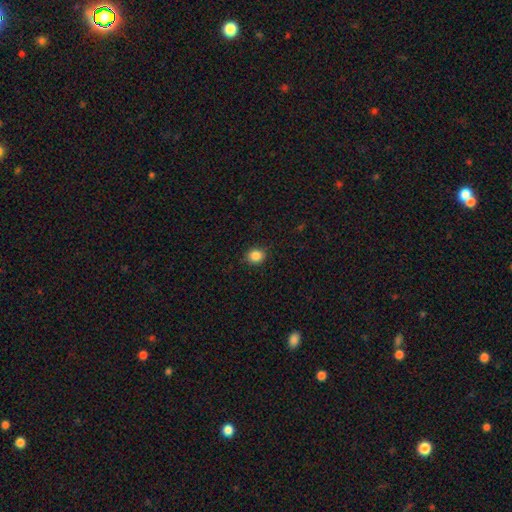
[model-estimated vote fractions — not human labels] Morphology: type=smooth (86%); roundness=round (75%); merging=none (89%).